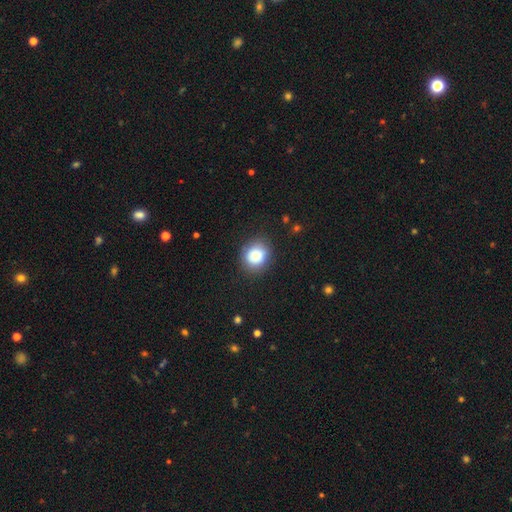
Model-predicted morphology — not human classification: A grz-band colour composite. It shows a smooth galaxy with no disk features (80%) that is round (76%). Merging: none (85%).